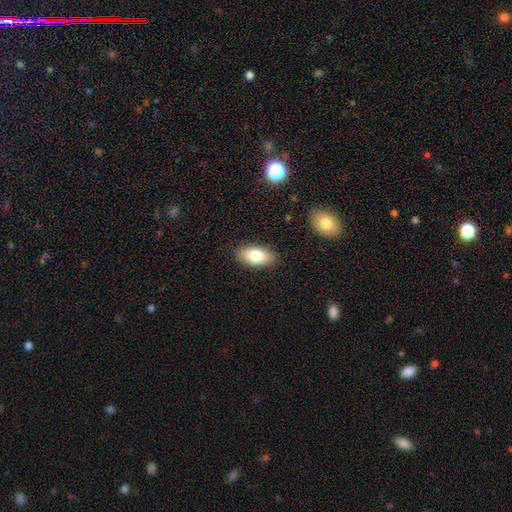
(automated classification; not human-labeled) Smooth or featured: smooth — 79% (featured or disk — 14%)
How rounded: in between — 90% (cigar-shaped — 7%)
Merging: none — 87% (minor disturbance — 9%)